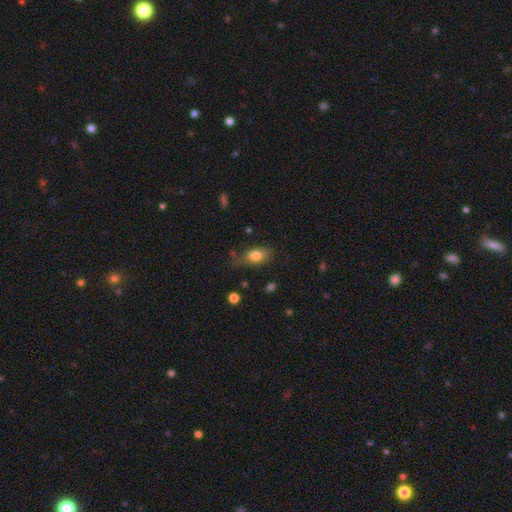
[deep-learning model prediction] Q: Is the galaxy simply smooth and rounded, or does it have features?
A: smooth — 80%.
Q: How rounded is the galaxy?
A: in between — 85%.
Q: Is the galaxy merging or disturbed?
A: none — 63%.